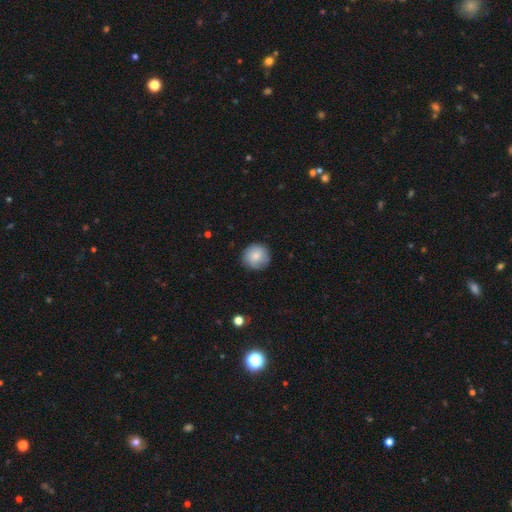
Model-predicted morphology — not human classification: type=smooth (83%); roundness=round (94%); merging=none (87%).